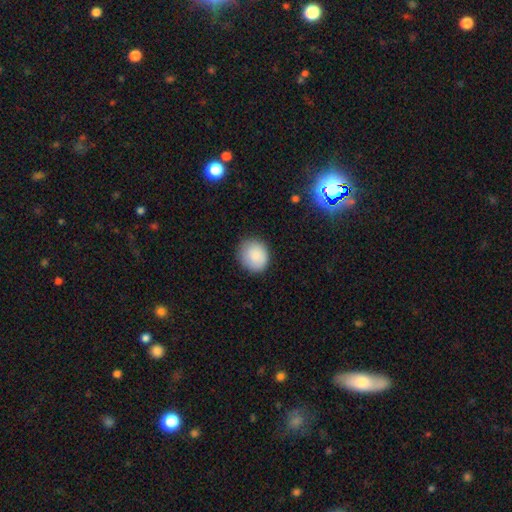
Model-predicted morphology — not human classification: Overall: smooth (88%). How rounded: round (76%). Merging: none (84%).